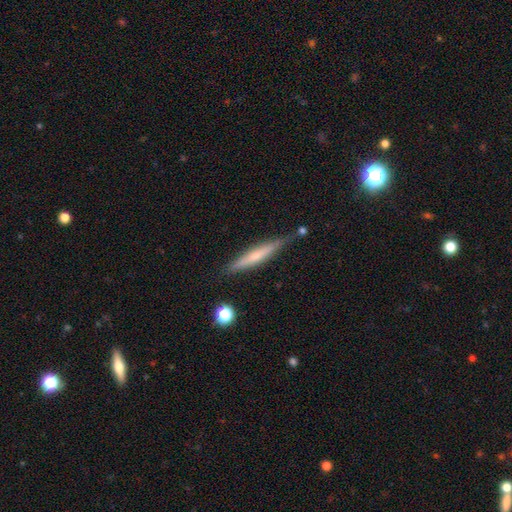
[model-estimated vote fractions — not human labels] A featured or disk galaxy (47%). Merging: none (77%).